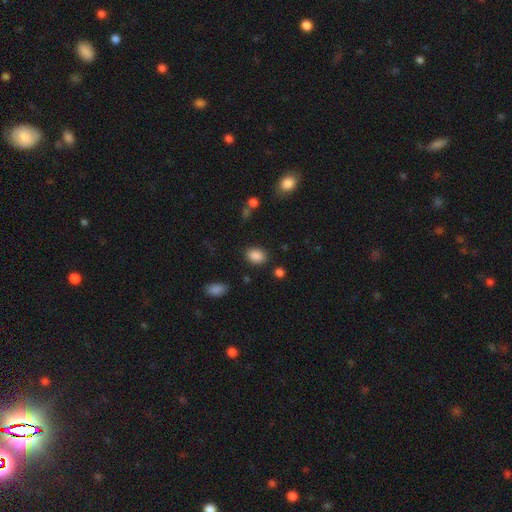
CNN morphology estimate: type=smooth (87%); roundness=in between (74%); merging=none (84%).